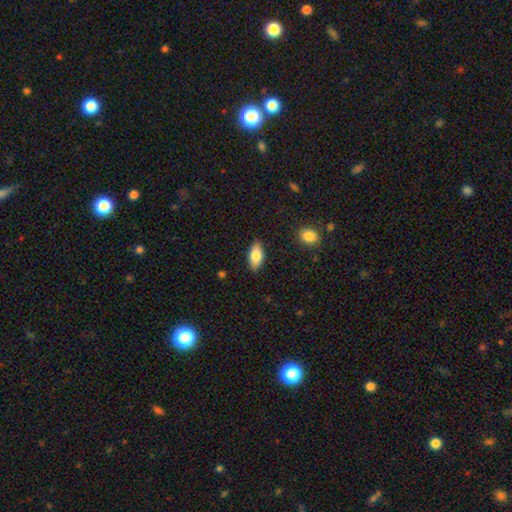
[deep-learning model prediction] Smooth or featured?
  - smooth: 77% *
  - featured or disk: 16%
  - star or artifact: 7%
How rounded?
  - in between: 89% *
  - cigar-shaped: 8%
  - round: 3%
Merging?
  - none: 87% *
  - minor disturbance: 10%
  - major disturbance: 2%
  - merger: 1%